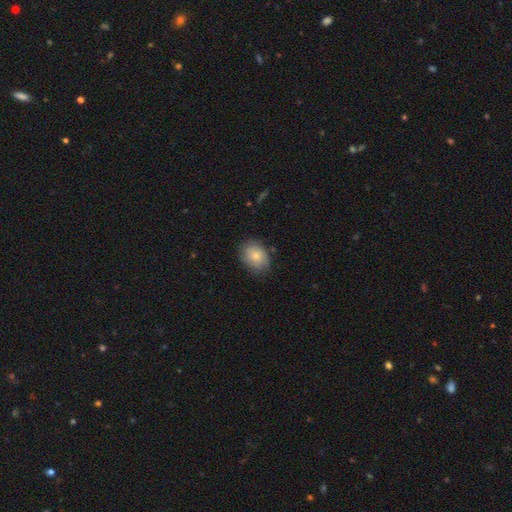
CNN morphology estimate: type=smooth (78%); roundness=in between (65%); merging=none (77%).